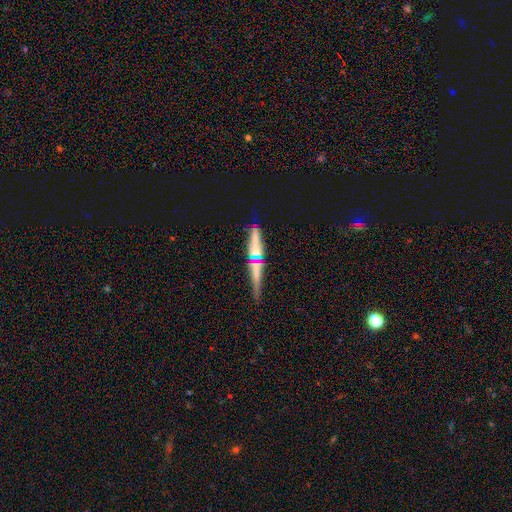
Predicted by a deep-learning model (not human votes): Smooth or featured? featured or disk (57%)
Edge-on disk? yes (90%)
Edge-on bulge? rounded (51%)
Merging? none (67%)